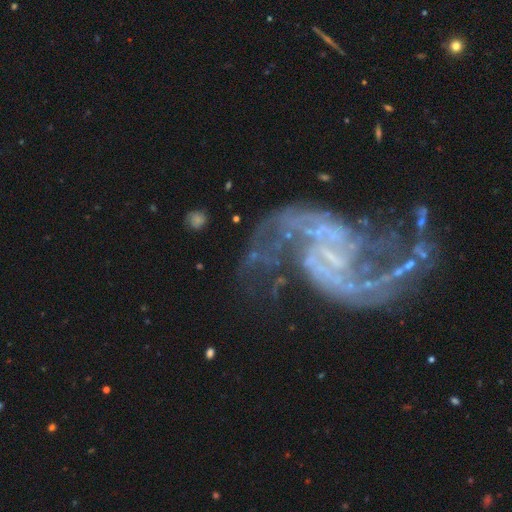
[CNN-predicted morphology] smooth_or_featured: featured or disk (p=0.87) [alt: star or artifact p=0.08]
disk_edge_on: no (p=0.98) [alt: yes p=0.02]
bar: weak (p=0.44) [alt: no p=0.28]
has_spiral_arms: yes (p=0.91) [alt: no p=0.09]
spiral_winding: loose (p=0.52) [alt: medium p=0.35]
spiral_arm_count: 2 (p=0.81) [alt: can't tell p=0.07]
bulge_size: none (p=0.58) [alt: small p=0.30]
merging: none (p=0.48) [alt: major disturbance p=0.28]